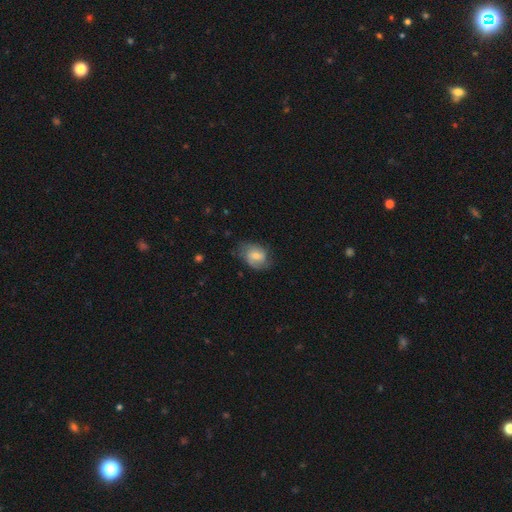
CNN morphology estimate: A featured or disk galaxy (47%).

Vote fractions:
- Smooth or featured? featured or disk: 47% / smooth: 46% / star or artifact: 7%
- Merging? none: 62% / minor disturbance: 26% / major disturbance: 10% / merger: 1%